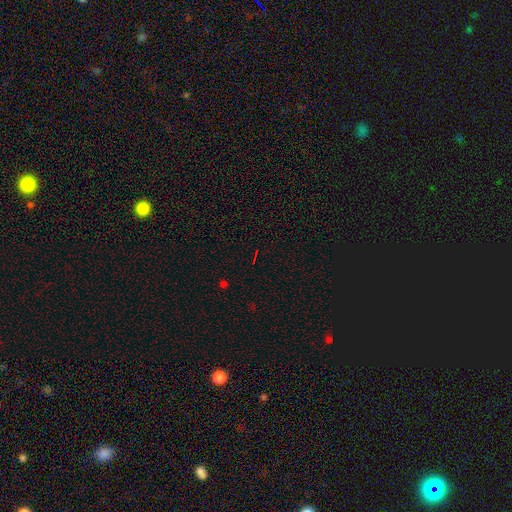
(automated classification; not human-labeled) star or artifact 74%, smooth 16%, featured or disk 10%.